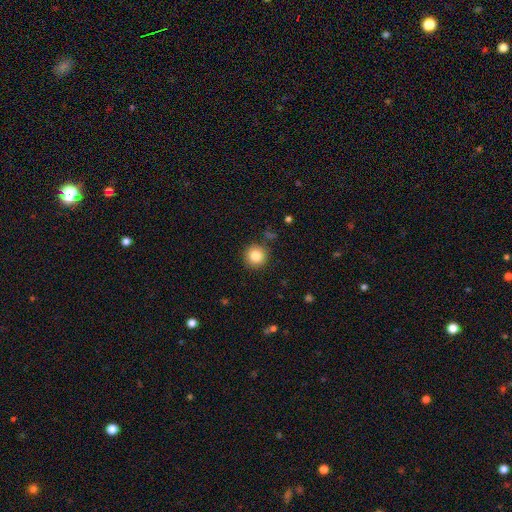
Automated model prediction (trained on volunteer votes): This is clearly a smooth galaxy (85%). How rounded: clearly round (95%). Merging: clearly none (88%).